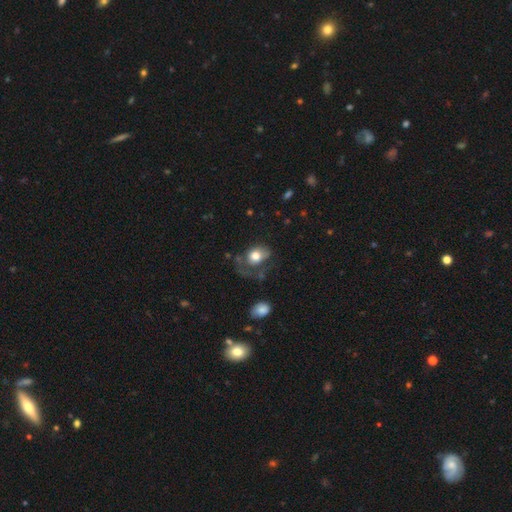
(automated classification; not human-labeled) Overall: smooth (70%). How rounded: in between (58%; round 41%). Merging: major disturbance (40%; none 31%).